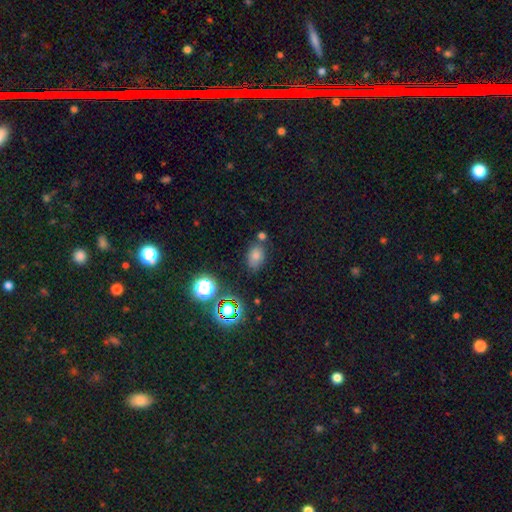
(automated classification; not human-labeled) Smooth or featured? Predicted: smooth (p=0.72). How rounded? Predicted: in between (p=0.76). Merging? Predicted: none (p=0.68).